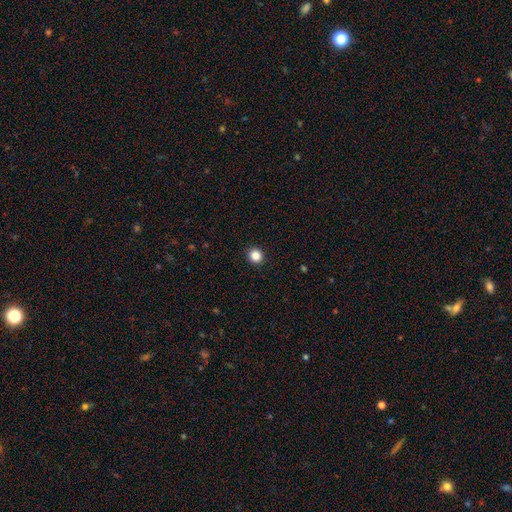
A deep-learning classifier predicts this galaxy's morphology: Smooth or featured?
  - smooth: 85% *
  - star or artifact: 11%
  - featured or disk: 4%
How rounded?
  - round: 90% *
  - in between: 9%
  - cigar-shaped: 1%
Merging?
  - none: 93% *
  - minor disturbance: 4%
  - major disturbance: 2%
  - merger: 1%